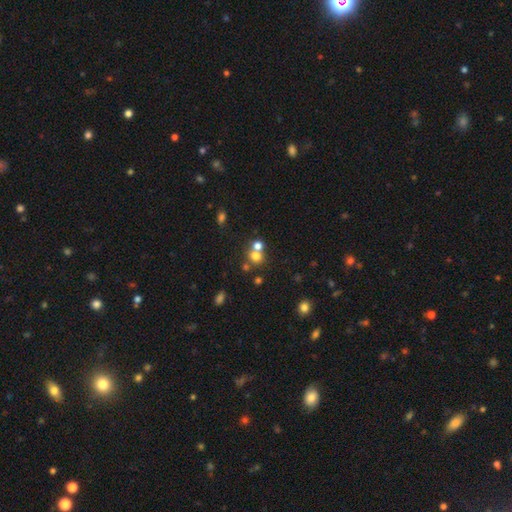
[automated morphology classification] This is likely a smooth galaxy (70%). How rounded: clearly round (81%). Merging: possibly merger (46%).